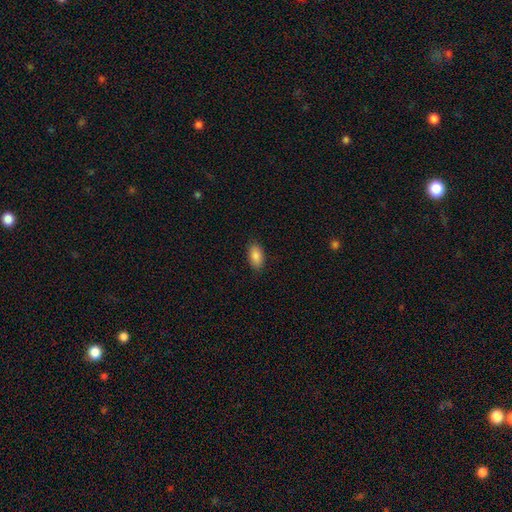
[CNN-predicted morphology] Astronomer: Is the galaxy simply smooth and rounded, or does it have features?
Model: smooth — 88%.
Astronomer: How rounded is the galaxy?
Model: in between — 93%.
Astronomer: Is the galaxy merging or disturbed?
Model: none — 87%.